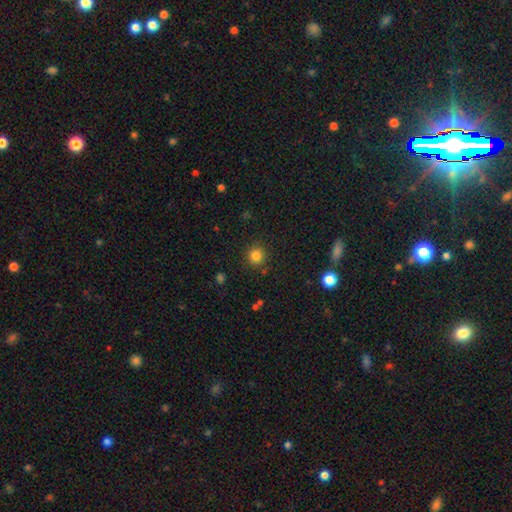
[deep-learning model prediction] smooth-or-featured: smooth: 82% | star or artifact: 13% | featured or disk: 5%
  how-rounded: round: 92% | in between: 8% | cigar-shaped: 1%
  merging: none: 87% | minor disturbance: 8% | major disturbance: 3% | merger: 2%